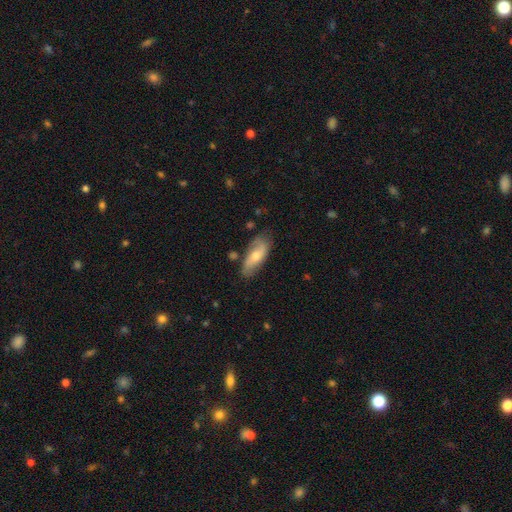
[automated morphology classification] A featured or disk galaxy (49%). Merging: none (71%).